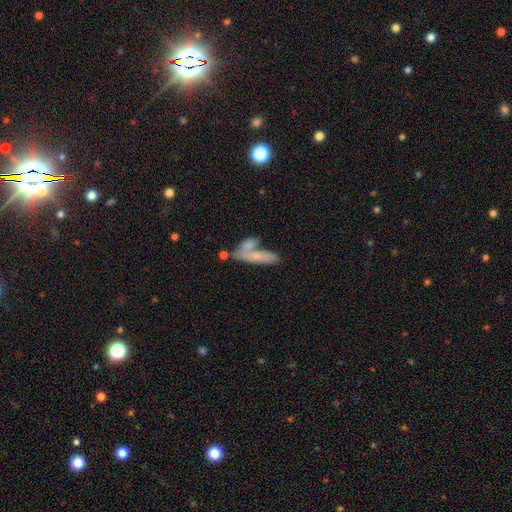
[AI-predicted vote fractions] smooth_or_featured: smooth (p=0.59) [alt: featured or disk p=0.31]
how_rounded: cigar-shaped (p=0.53) [alt: in between p=0.43]
merging: merger (p=0.46) [alt: none p=0.33]